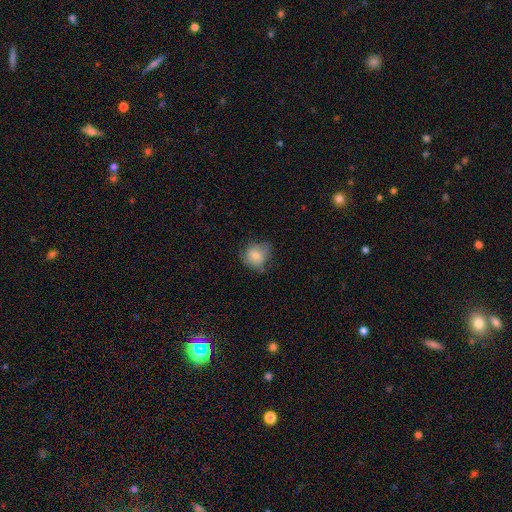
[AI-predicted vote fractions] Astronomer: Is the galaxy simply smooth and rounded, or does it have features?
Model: smooth — 77%.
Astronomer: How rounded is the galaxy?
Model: round — 70%.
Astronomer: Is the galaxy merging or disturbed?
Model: none — 54% (runner-up: minor disturbance, 32%).